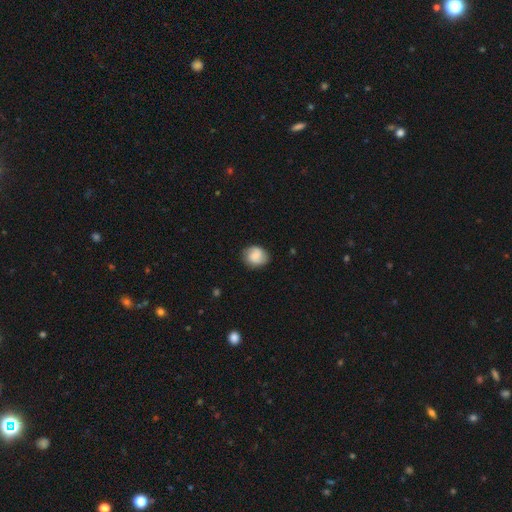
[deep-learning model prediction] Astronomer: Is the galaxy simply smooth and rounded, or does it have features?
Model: smooth — 68%.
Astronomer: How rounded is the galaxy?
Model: round — 65%.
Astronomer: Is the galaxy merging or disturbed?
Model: none — 80%.